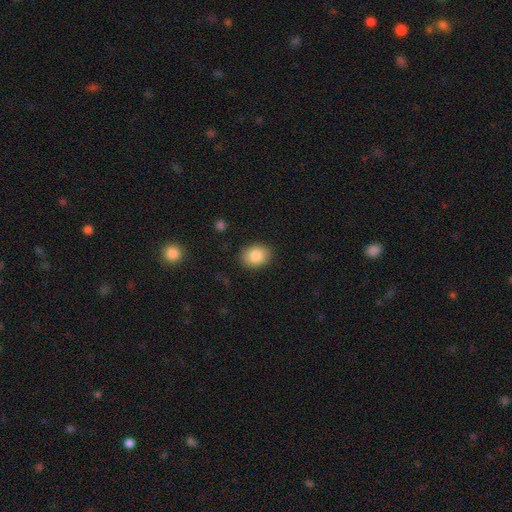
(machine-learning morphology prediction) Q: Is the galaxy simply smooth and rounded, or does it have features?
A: smooth — 84%.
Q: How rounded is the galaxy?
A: in between — 65%.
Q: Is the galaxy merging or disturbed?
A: none — 89%.